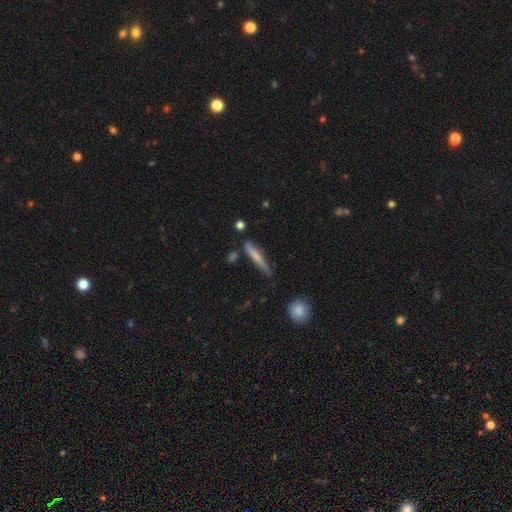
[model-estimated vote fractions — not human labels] A smooth galaxy with no disk features (61%) that is cigar-shaped (93%). Merging: none (73%).